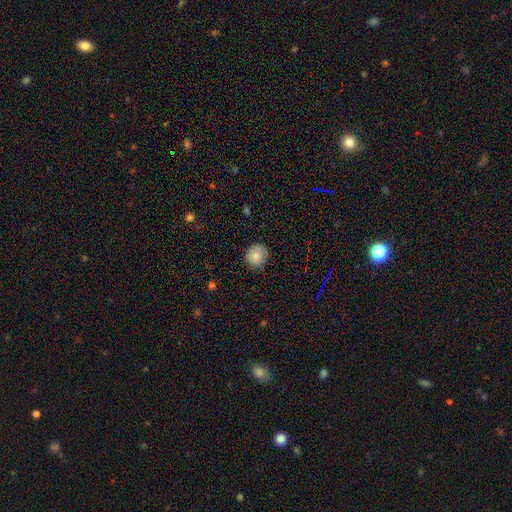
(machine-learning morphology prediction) smooth 85%, star or artifact 9%, featured or disk 6%. Down the decision tree: how rounded — round (84%); merging — none (85%).